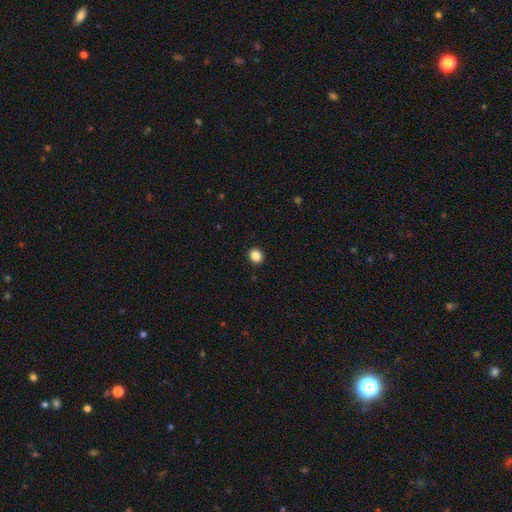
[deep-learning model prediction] The model was most divided on "how rounded": round: 71%, in between: 28%, cigar-shaped: 1%. More confident: merging — none (92%); smooth or featured — smooth (87%).